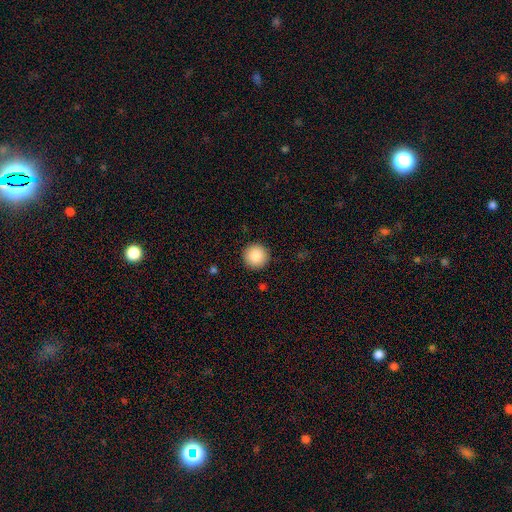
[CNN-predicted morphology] Smooth or featured?
  - smooth: 87% *
  - star or artifact: 8%
  - featured or disk: 5%
How rounded?
  - round: 96% *
  - in between: 3%
  - cigar-shaped: 1%
Merging?
  - none: 92% *
  - minor disturbance: 5%
  - major disturbance: 2%
  - merger: 1%